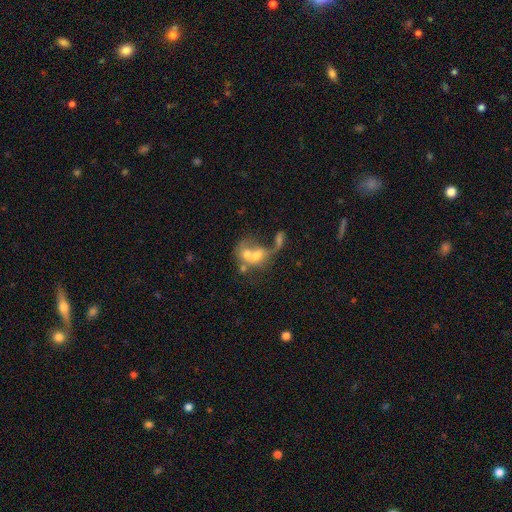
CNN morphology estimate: Smooth or featured? smooth (51%)
How rounded? in between (54%)
Merging? merger (70%)